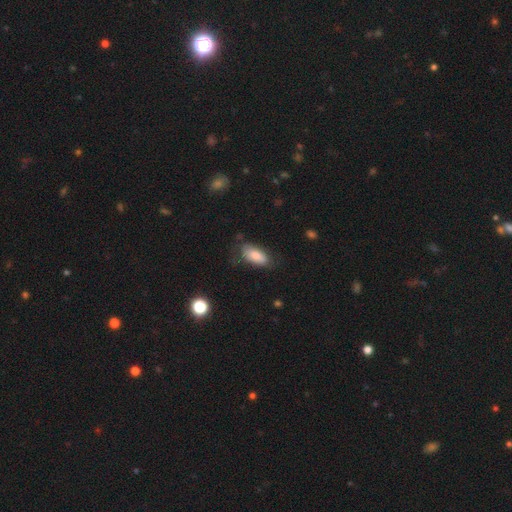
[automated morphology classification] The model was most divided on "merging": none: 62%, minor disturbance: 26%, major disturbance: 11%, merger: 2%. More confident: how rounded — in between (89%); smooth or featured — smooth (78%).